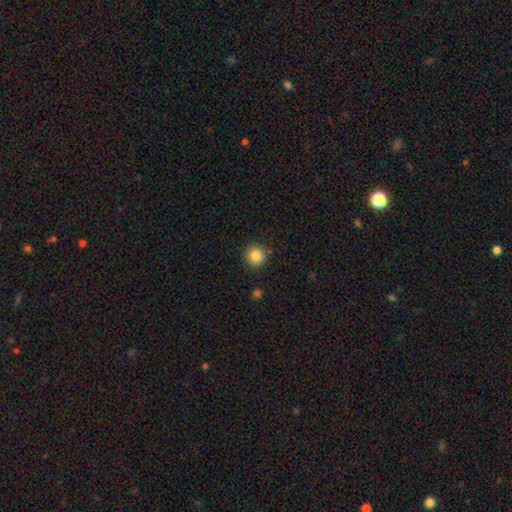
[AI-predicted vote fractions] A smooth galaxy with no disk features (84%) that is round (94%). Merging: none (88%).